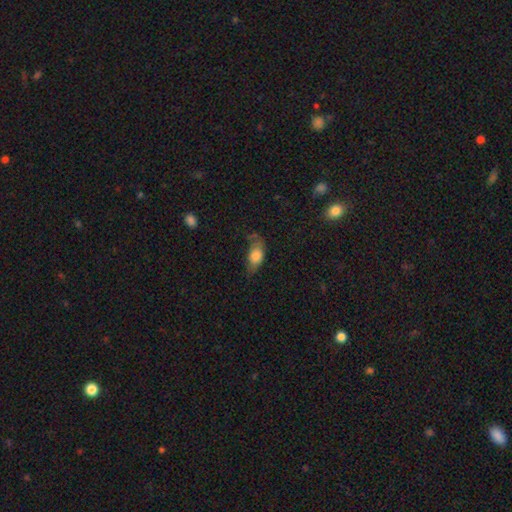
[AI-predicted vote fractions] The model was most divided on "merging": none: 43%, minor disturbance: 35%, major disturbance: 20%, merger: 3%. More confident: how rounded — in between (86%); smooth or featured — smooth (75%).